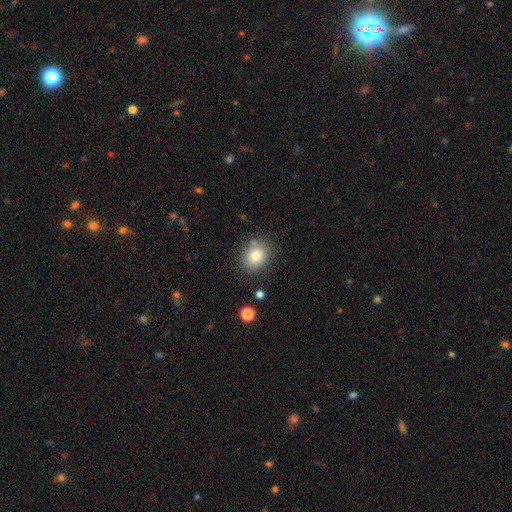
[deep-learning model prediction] Morphology: type=smooth (80%); roundness=round (63%); merging=none (81%).